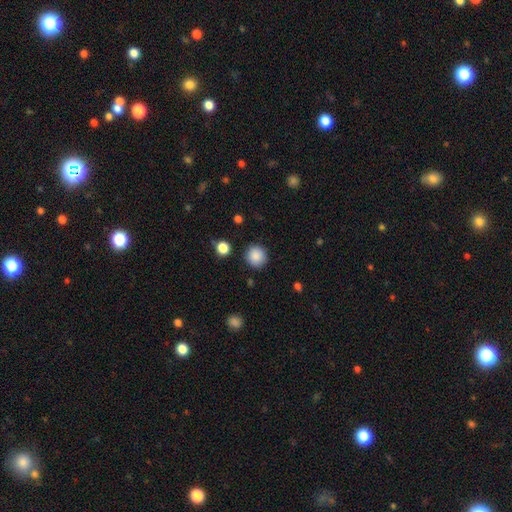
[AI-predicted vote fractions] A smooth galaxy with no disk features (88%) that is round (92%).

Vote fractions:
- Smooth or featured? smooth: 88% / star or artifact: 9% / featured or disk: 3%
- How rounded? round: 92% / in between: 7% / cigar-shaped: 1%
- Merging? none: 89% / minor disturbance: 7% / major disturbance: 2% / merger: 2%